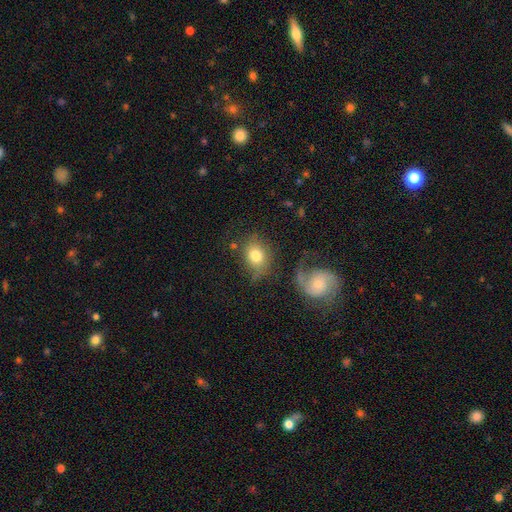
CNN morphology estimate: smooth-or-featured: smooth: 72% | featured or disk: 20% | star or artifact: 9%
  how-rounded: in between: 53% | round: 46% | cigar-shaped: 1%
  merging: none: 56% | minor disturbance: 19% | major disturbance: 14% | merger: 11%